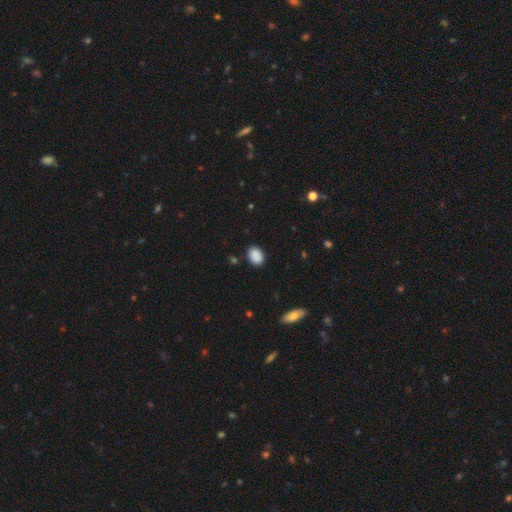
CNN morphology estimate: The model was most divided on "how rounded": in between: 66%, round: 33%, cigar-shaped: 1%. More confident: smooth or featured — smooth (87%); merging — none (83%).